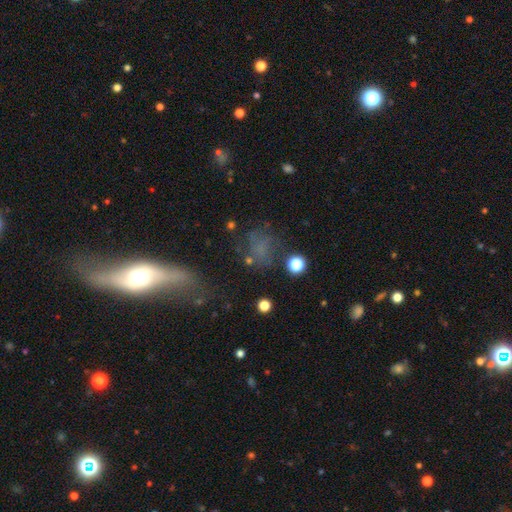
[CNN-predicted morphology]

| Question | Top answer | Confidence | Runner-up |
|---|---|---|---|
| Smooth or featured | smooth | 52% | featured or disk (25%) |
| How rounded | round | 48% | in between (47%) |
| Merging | none | 50% | major disturbance (23%) |